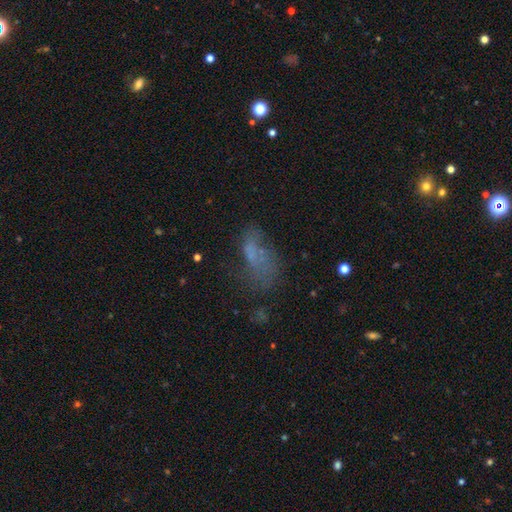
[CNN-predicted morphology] Q: Smooth or featured?
A: smooth (48%); runner-up: featured or disk (31%)
Q: Merging?
A: none (37%); runner-up: major disturbance (33%)